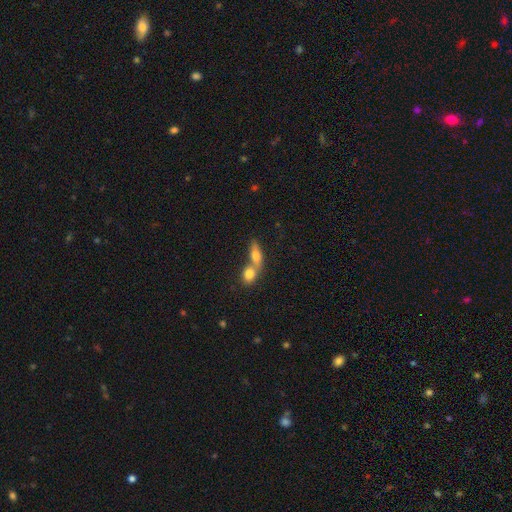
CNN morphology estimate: Smooth or featured? smooth (72%)
How rounded? in between (65%)
Merging? merger (65%)